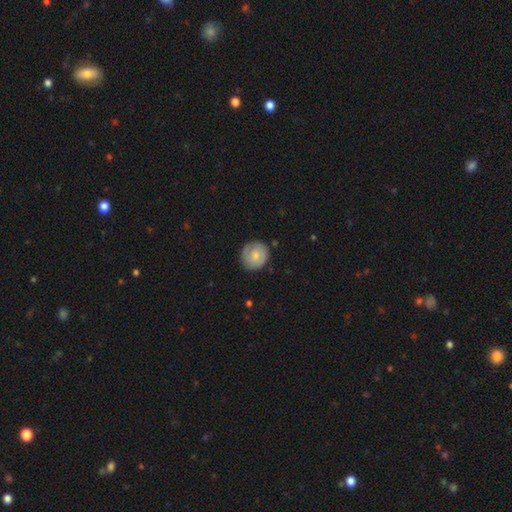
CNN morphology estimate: Smooth or featured? Predicted: smooth (p=0.64). How rounded? Predicted: round (p=0.87). Merging? Predicted: none (p=0.81).